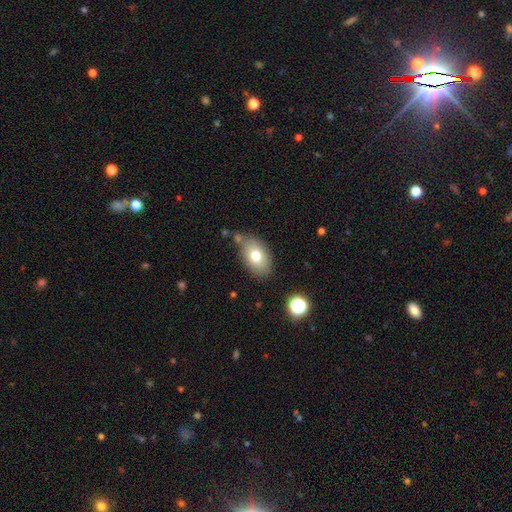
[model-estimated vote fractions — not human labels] This appears to be a smooth galaxy with no disk features (75%) that is in between round and cigar-shaped (87%). Merging: none (73%).